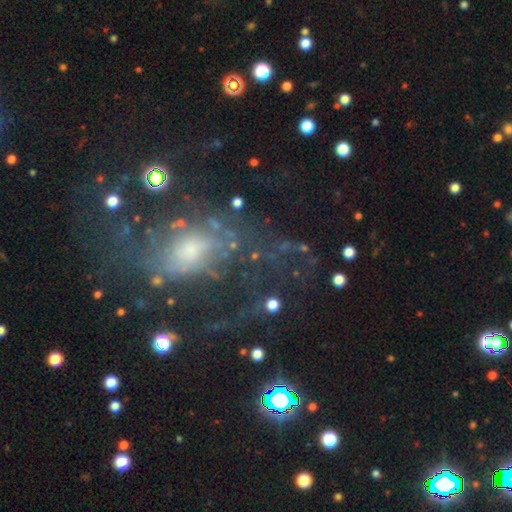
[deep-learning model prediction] A featured or disk galaxy (50%).

Vote fractions:
- Smooth or featured? featured or disk: 50% / smooth: 26% / star or artifact: 24%
- Edge-on disk? no: 91% / yes: 9%
- Merging? none: 46% / major disturbance: 31% / minor disturbance: 16% / merger: 7%